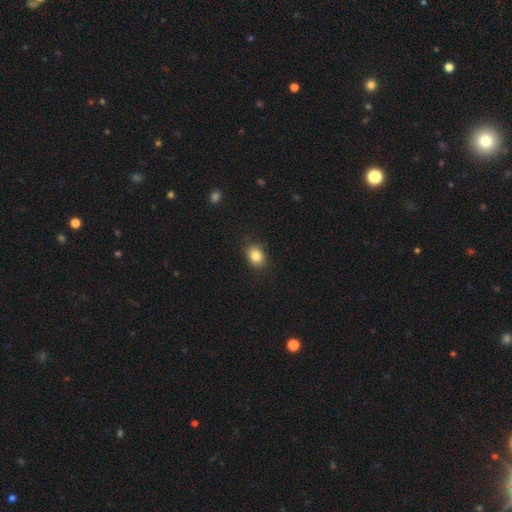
Smooth or featured: smooth — 97% (featured or disk — 3%)
How rounded: in between — 65% (round — 35%)
Merging: none — 76% (minor disturbance — 24%)